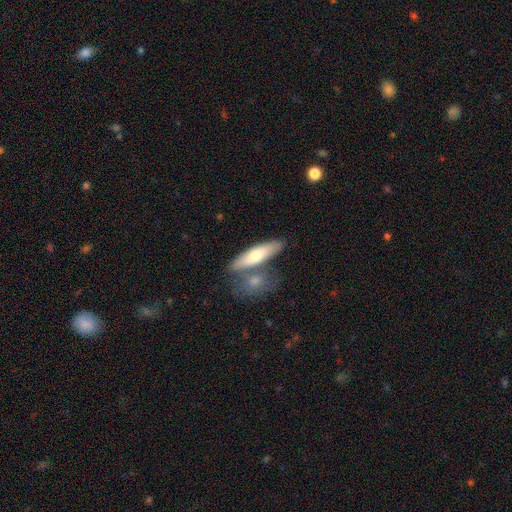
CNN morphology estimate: A smooth galaxy with no disk features (66%) that is cigar-shaped (62%).

Vote fractions:
- Smooth or featured? smooth: 66% / featured or disk: 29% / star or artifact: 5%
- How rounded? cigar-shaped: 62% / in between: 36% / round: 3%
- Merging? none: 54% / merger: 28% / minor disturbance: 14% / major disturbance: 4%